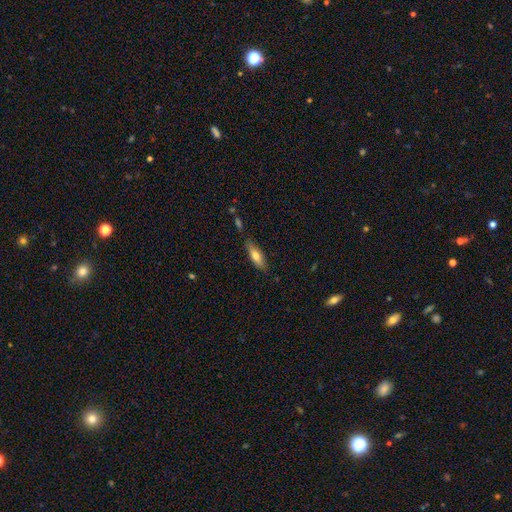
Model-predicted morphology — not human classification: Overall: smooth (67%). How rounded: cigar-shaped (50%; in between 47%). Merging: none (79%).